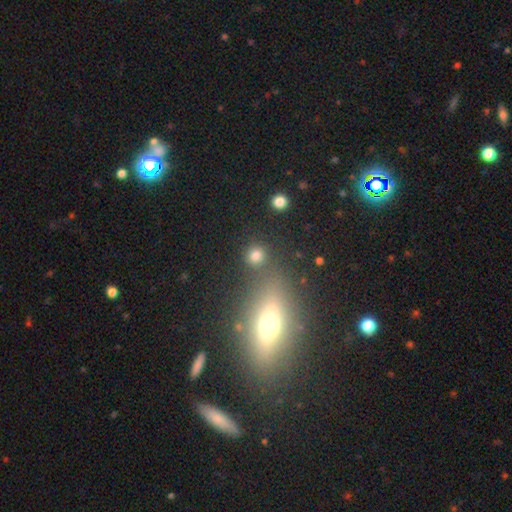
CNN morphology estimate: A smooth galaxy with no disk features (78%) that is round (85%). Merging: none (78%).